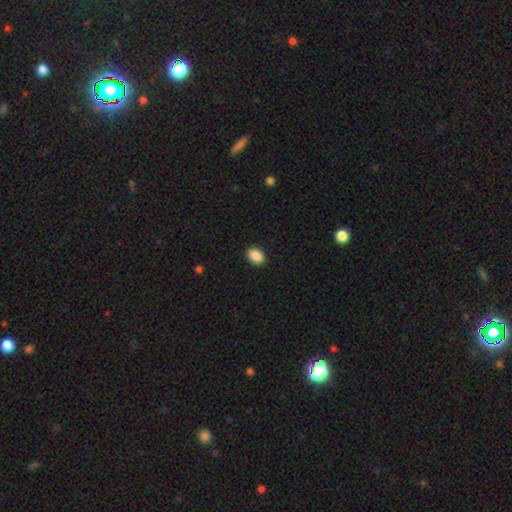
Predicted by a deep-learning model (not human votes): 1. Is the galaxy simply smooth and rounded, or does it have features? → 90% smooth, 8% star or artifact, 3% featured or disk.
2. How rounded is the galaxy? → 71% in between, 28% round, 1% cigar-shaped.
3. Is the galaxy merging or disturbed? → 90% none, 7% minor disturbance, 2% major disturbance, 1% merger.